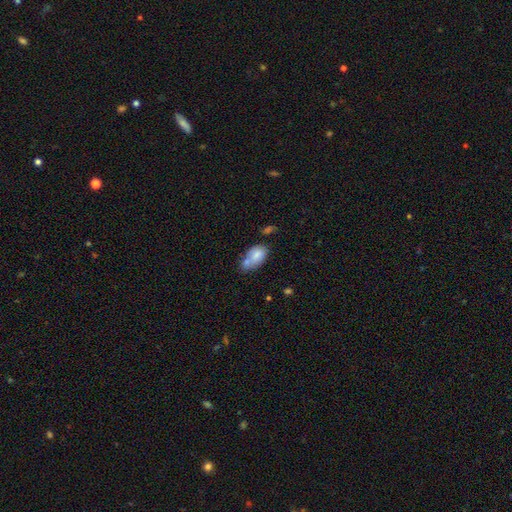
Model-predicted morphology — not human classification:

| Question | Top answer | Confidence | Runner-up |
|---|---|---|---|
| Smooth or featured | smooth | 75% | featured or disk (17%) |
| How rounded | in between | 89% | round (8%) |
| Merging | merger | 38% | none (34%) |